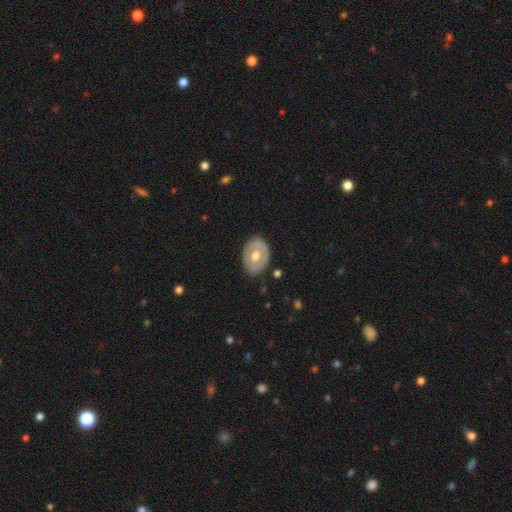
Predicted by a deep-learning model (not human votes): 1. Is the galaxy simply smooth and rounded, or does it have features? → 50% featured or disk, 45% smooth, 5% star or artifact.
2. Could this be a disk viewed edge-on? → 91% no, 9% yes.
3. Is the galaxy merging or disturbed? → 84% none, 12% minor disturbance, 3% major disturbance, 1% merger.